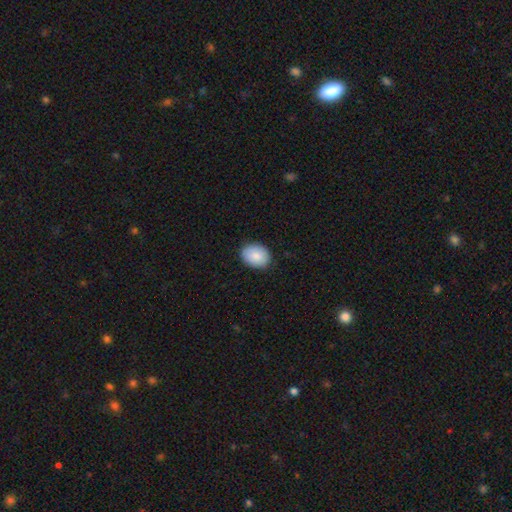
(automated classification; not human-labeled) smooth-or-featured: smooth: 86% | featured or disk: 8% | star or artifact: 7%
  how-rounded: in between: 61% | round: 38% | cigar-shaped: 1%
  merging: none: 86% | minor disturbance: 11% | major disturbance: 2% | merger: 1%